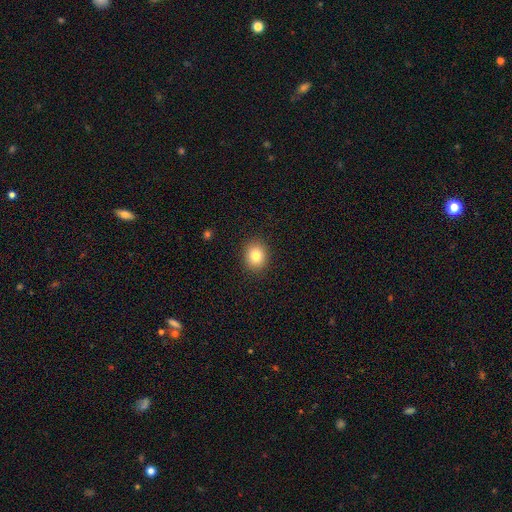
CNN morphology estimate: The model was most divided on "how rounded": round: 69%, in between: 30%, cigar-shaped: 1%. More confident: merging — none (90%); smooth or featured — smooth (81%).